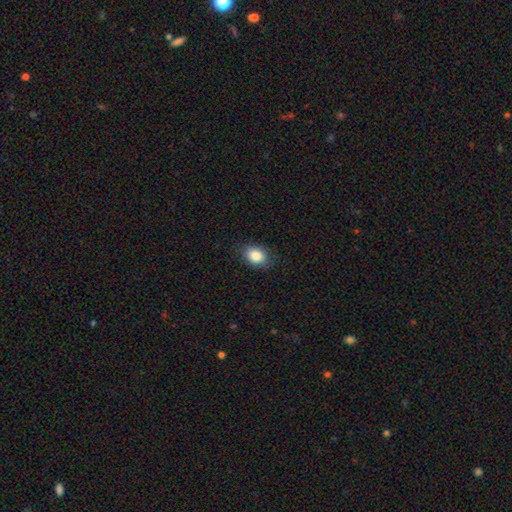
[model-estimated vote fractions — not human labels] A smooth galaxy with no disk features (85%) that is in between round and cigar-shaped (62%).

Vote fractions:
- Smooth or featured? smooth: 85% / star or artifact: 9% / featured or disk: 6%
- How rounded? in between: 62% / round: 37% / cigar-shaped: 1%
- Merging? none: 81% / minor disturbance: 14% / major disturbance: 3% / merger: 1%